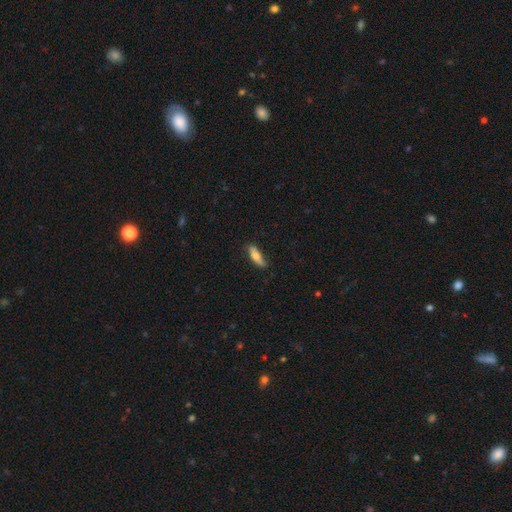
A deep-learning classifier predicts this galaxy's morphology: smooth-or-featured: smooth: 61% | featured or disk: 34% | star or artifact: 6%
  how-rounded: cigar-shaped: 54% | in between: 44% | round: 3%
  merging: none: 79% | minor disturbance: 17% | major disturbance: 3% | merger: 1%